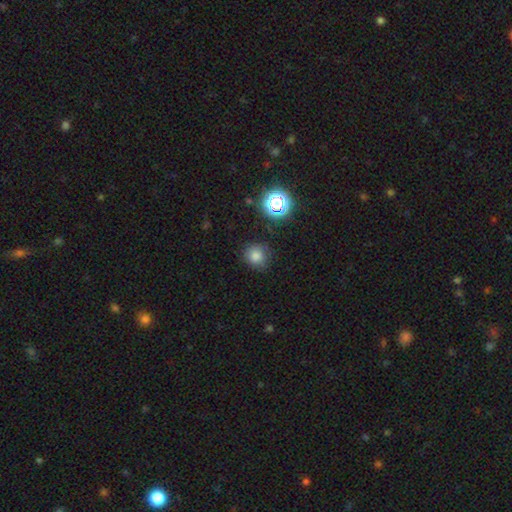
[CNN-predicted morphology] Smooth or featured: smooth — 78% (star or artifact — 17%)
How rounded: round — 89% (in between — 10%)
Merging: none — 81% (minor disturbance — 14%)